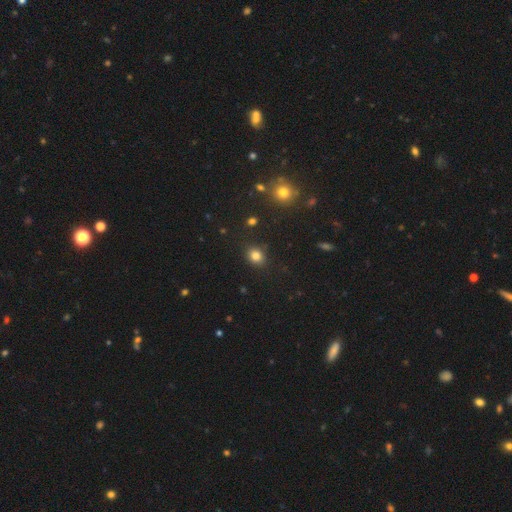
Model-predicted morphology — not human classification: Smooth or featured: smooth — 82% (star or artifact — 13%)
How rounded: round — 62% (in between — 37%)
Merging: none — 86% (minor disturbance — 9%)